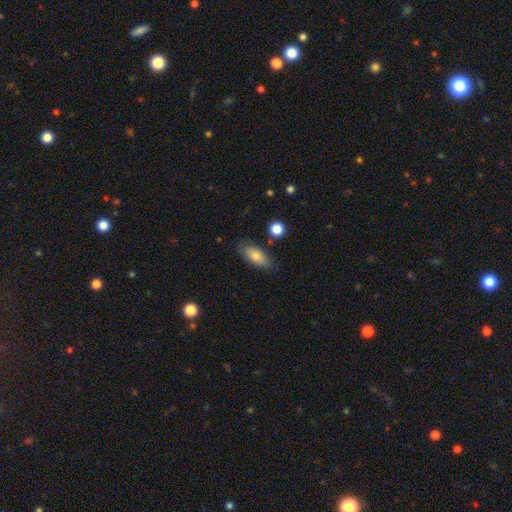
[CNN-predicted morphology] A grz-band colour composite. It shows a smooth galaxy with no disk features (76%) that is in between round and cigar-shaped (82%). Merging: none (79%).